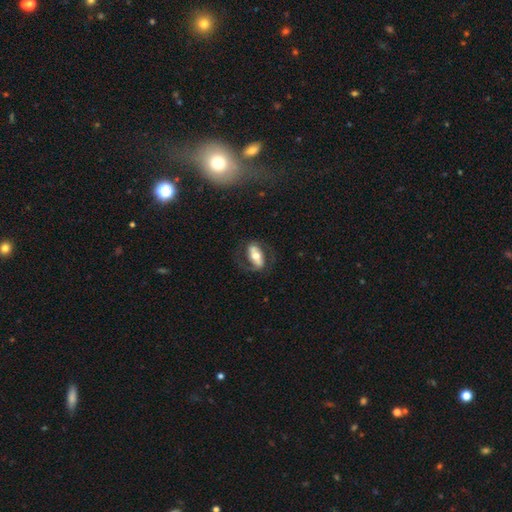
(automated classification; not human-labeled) smooth_or_featured: featured or disk (p=0.64) [alt: smooth p=0.30]
disk_edge_on: no (p=0.87) [alt: yes p=0.13]
bar: strong (p=0.56) [alt: no p=0.22]
has_spiral_arms: yes (p=0.72) [alt: no p=0.28]
bulge_size: moderate (p=0.63) [alt: large p=0.19]
merging: none (p=0.66) [alt: minor disturbance p=0.17]